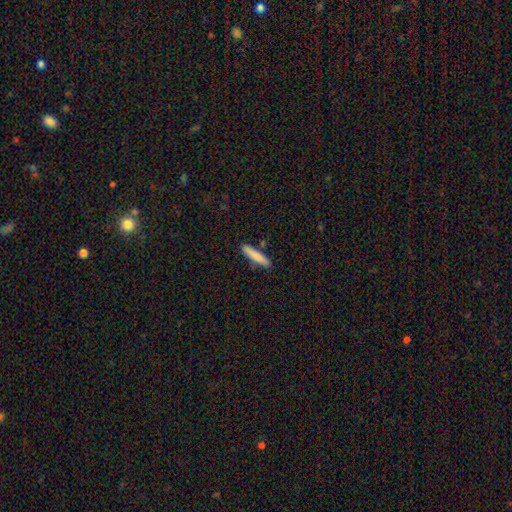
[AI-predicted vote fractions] smooth 81%, featured or disk 13%, star or artifact 6%. Down the decision tree: how rounded — cigar-shaped (90%); merging — none (86%).